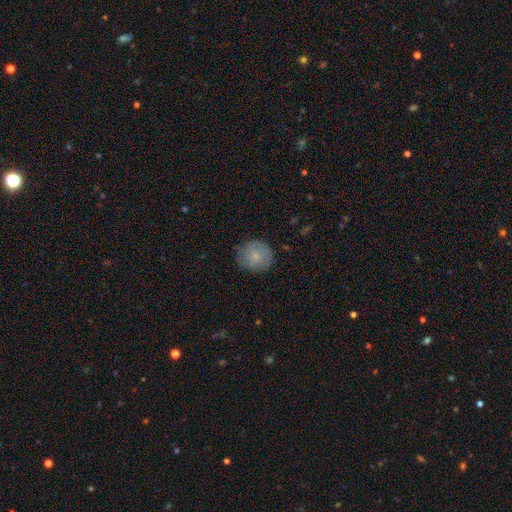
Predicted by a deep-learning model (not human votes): Smooth or featured: smooth — 70% (featured or disk — 23%)
How rounded: round — 89% (in between — 10%)
Merging: none — 80% (minor disturbance — 16%)